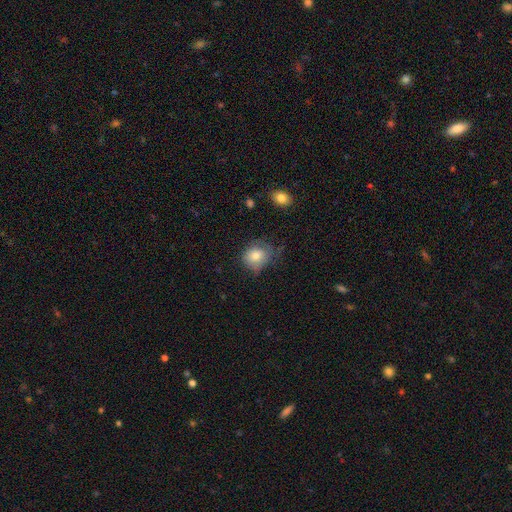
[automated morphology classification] A smooth galaxy with no disk features (76%) that is round (64%).

Vote fractions:
- Smooth or featured? smooth: 76% / featured or disk: 14% / star or artifact: 9%
- How rounded? round: 64% / in between: 35% / cigar-shaped: 1%
- Merging? none: 49% / minor disturbance: 34% / major disturbance: 15% / merger: 2%